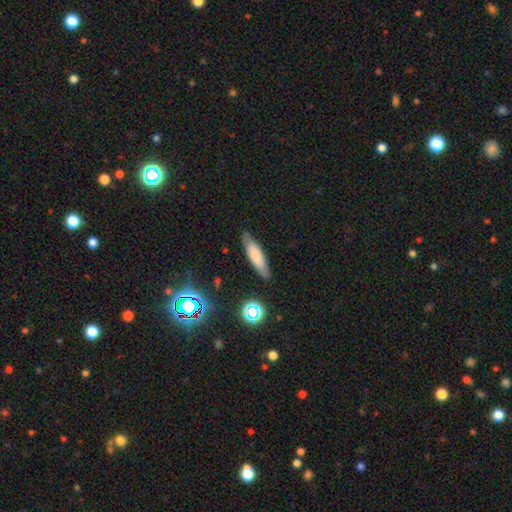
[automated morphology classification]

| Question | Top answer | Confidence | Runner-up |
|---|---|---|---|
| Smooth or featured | smooth | 71% | featured or disk (20%) |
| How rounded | cigar-shaped | 67% | in between (32%) |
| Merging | none | 83% | minor disturbance (13%) |